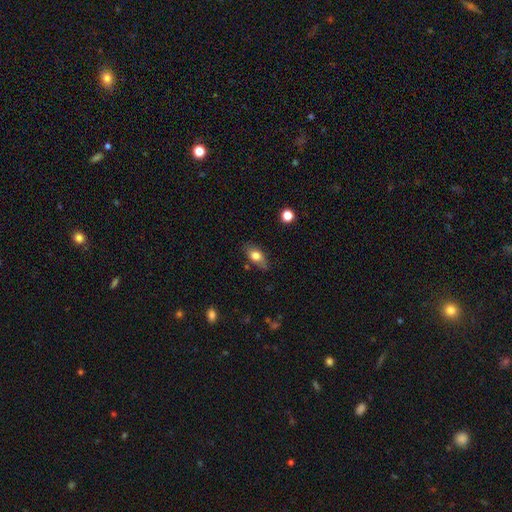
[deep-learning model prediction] Overall: smooth (76%). How rounded: in between (83%). Merging: none (72%).